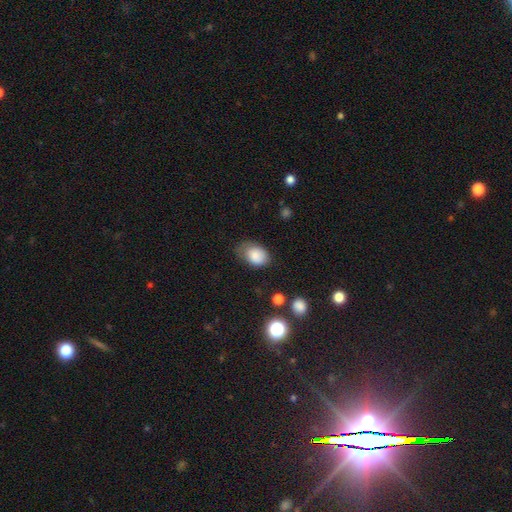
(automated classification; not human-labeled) Smooth or featured? Predicted: smooth (p=0.83). How rounded? Predicted: in between (p=0.77). Merging? Predicted: none (p=0.52).